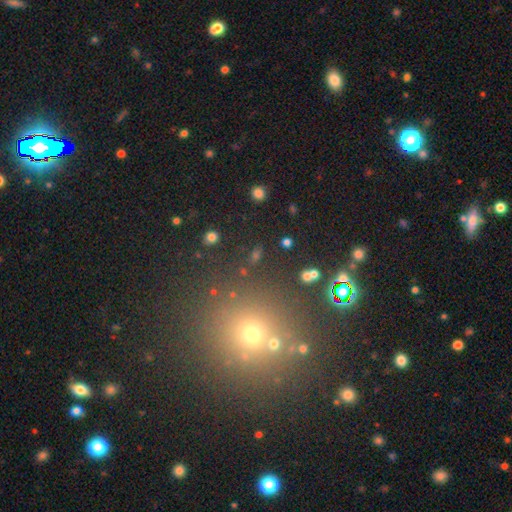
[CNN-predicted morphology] smooth 56%, star or artifact 34%, featured or disk 10%. Down the decision tree: how rounded — round (59%); merging — none (83%).